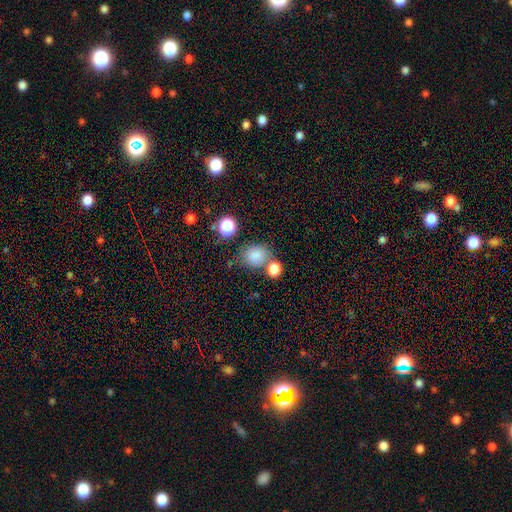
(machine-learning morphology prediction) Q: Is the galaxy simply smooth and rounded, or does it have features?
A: smooth — 81%.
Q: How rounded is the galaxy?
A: round — 68%.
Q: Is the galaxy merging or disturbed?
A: none — 63%.